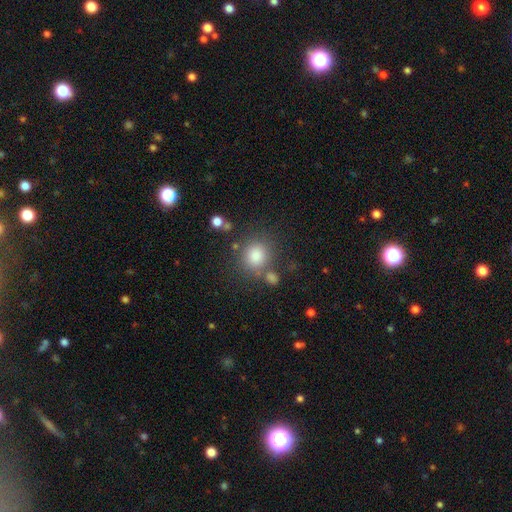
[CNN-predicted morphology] smooth_or_featured: smooth (p=0.81) [alt: star or artifact p=0.12]
how_rounded: round (p=0.80) [alt: in between p=0.19]
merging: none (p=0.73) [alt: merger p=0.11]